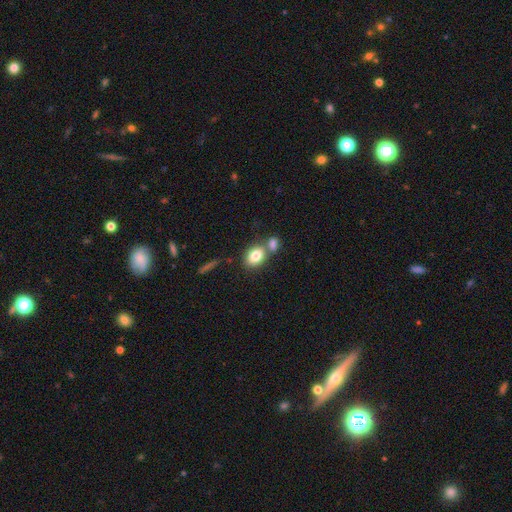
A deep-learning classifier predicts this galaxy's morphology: Overall: smooth (80%). How rounded: in between (71%). Merging: none (47%; merger 38%).